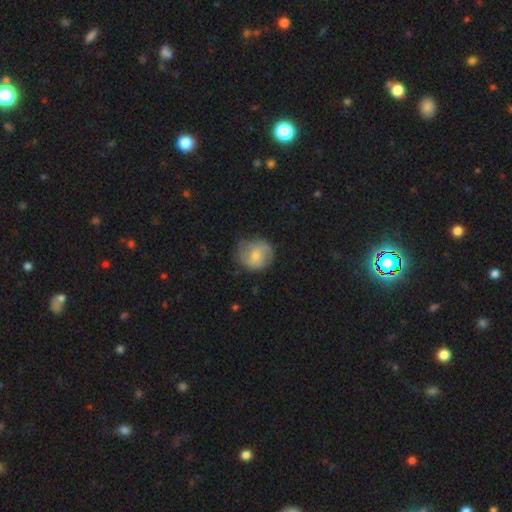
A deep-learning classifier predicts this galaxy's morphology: A smooth galaxy with no disk features (59%) that is round (80%). Merging: none (66%).